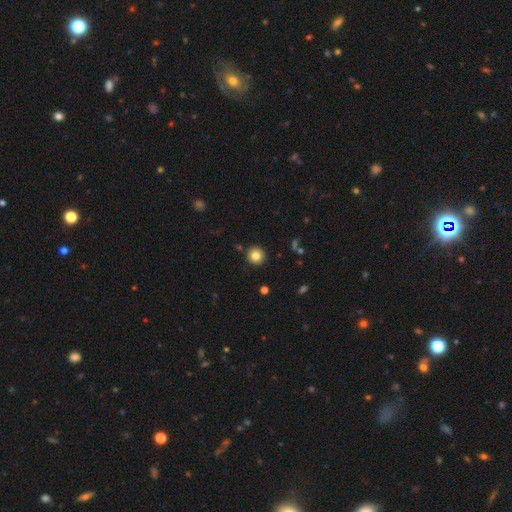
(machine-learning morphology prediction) This is clearly a smooth galaxy (82%). How rounded: clearly round (94%). Merging: clearly none (90%).